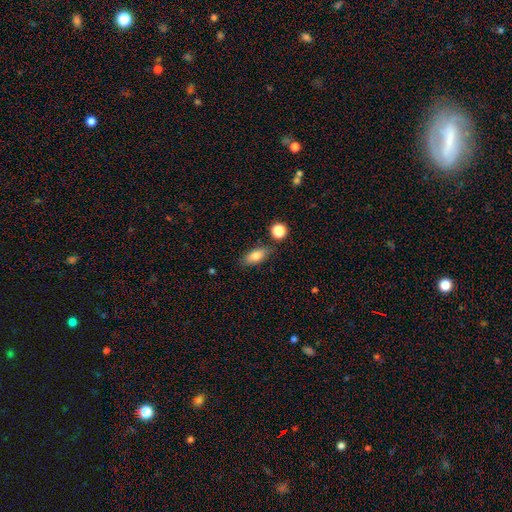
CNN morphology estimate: Q: Smooth or featured?
A: smooth (80%); runner-up: featured or disk (12%)
Q: How rounded?
A: in between (83%); runner-up: cigar-shaped (12%)
Q: Merging?
A: none (79%); runner-up: minor disturbance (13%)